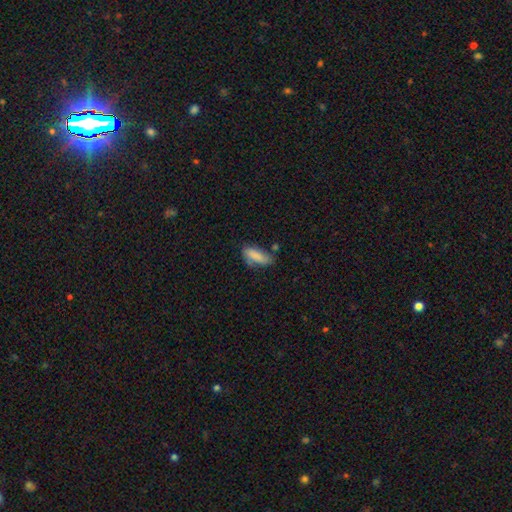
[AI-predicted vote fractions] A smooth galaxy with no disk features (81%) that is in between round and cigar-shaped (71%). Merging: none (52%).